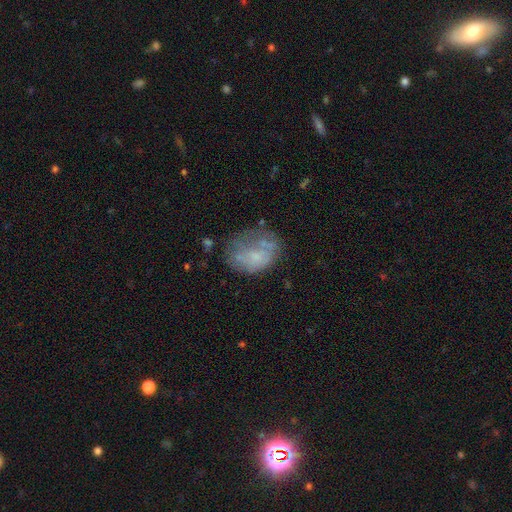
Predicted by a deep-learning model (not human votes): A smooth galaxy with no disk features (49%).

Vote fractions:
- Smooth or featured? smooth: 49% / featured or disk: 40% / star or artifact: 11%
- Merging? none: 43% / minor disturbance: 27% / major disturbance: 22% / merger: 7%